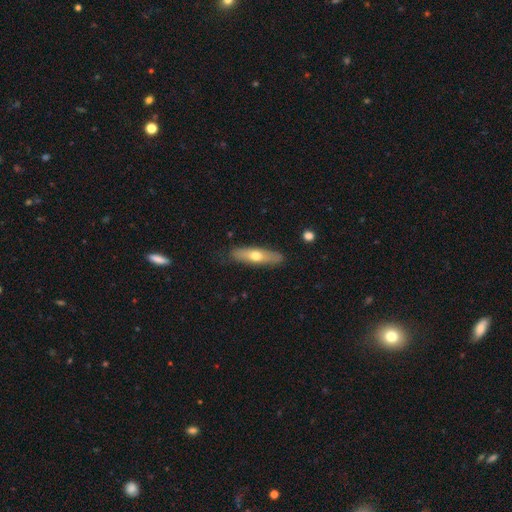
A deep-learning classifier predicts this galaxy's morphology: Smooth or featured? smooth (53%)
How rounded? cigar-shaped (70%)
Merging? none (84%)